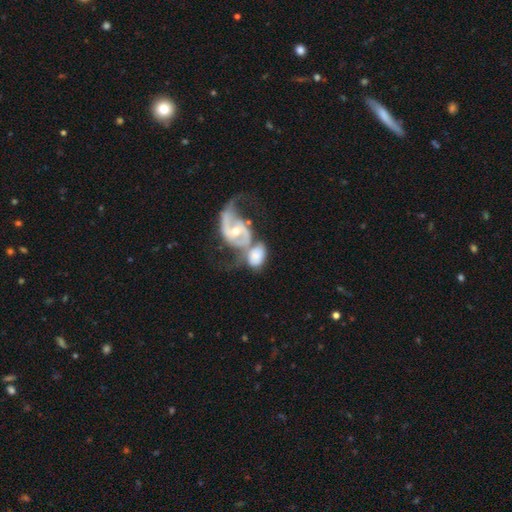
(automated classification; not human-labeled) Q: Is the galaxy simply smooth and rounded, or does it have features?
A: featured or disk — 62%.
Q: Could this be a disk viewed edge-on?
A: no — 96%.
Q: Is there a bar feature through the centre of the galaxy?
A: no — 43%.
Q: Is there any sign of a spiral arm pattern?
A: yes — 84%.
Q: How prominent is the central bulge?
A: moderate — 51%.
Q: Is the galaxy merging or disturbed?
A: merger — 64%.